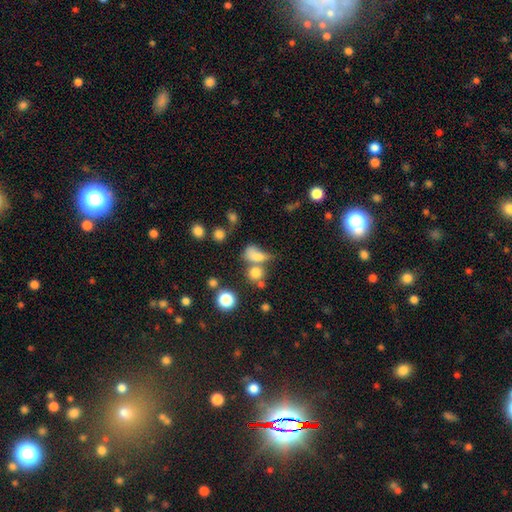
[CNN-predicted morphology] Overall: smooth (72%). How rounded: in between (53%; round 42%). Merging: merger (44%; none 31%).